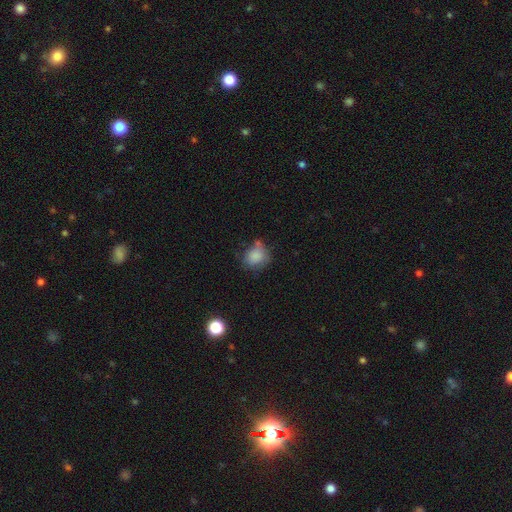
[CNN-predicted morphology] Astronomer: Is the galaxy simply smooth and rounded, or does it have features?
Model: smooth — 82%.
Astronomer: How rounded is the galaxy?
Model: round — 62% (runner-up: in between, 37%).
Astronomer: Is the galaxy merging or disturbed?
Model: none — 52% (runner-up: minor disturbance, 28%).